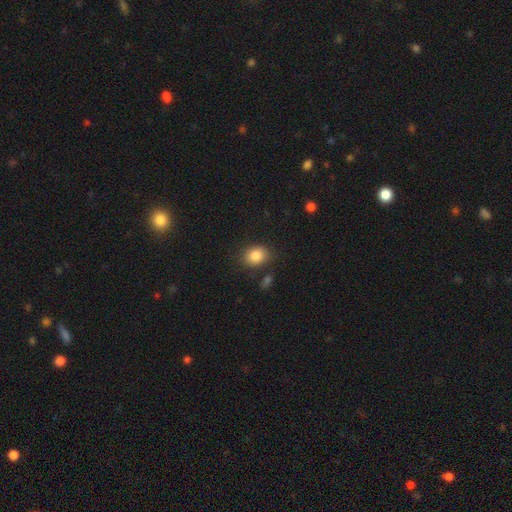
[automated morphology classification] This is clearly a smooth galaxy (85%). How rounded: possibly in between (55%). Merging: likely none (80%).